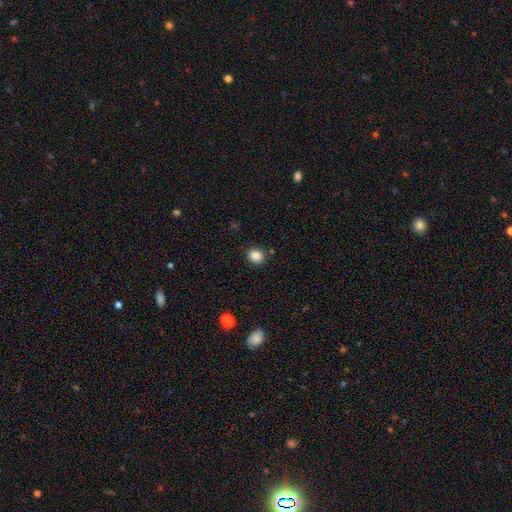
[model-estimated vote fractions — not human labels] The model was most divided on "how rounded": round: 70%, in between: 29%, cigar-shaped: 1%. More confident: smooth or featured — smooth (86%); merging — none (85%).